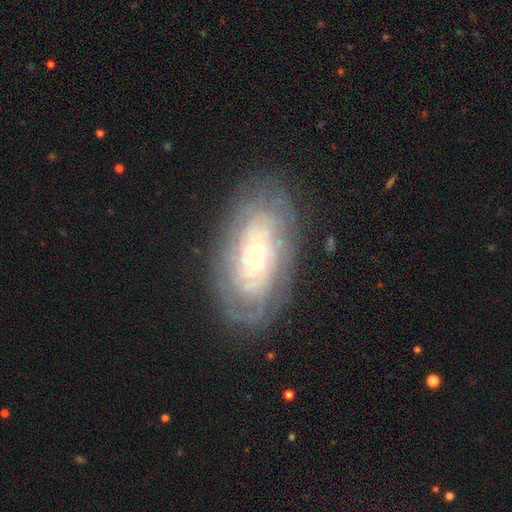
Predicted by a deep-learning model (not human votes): A featured or disk galaxy (76%) with no bar (80%), tight (80%) spiral arms (88%) and a small central bulge (75%).

Vote fractions:
- Smooth or featured? featured or disk: 76% / smooth: 16% / star or artifact: 7%
- Edge-on disk? no: 94% / yes: 6%
- Bar? no: 80% / weak: 15% / strong: 4%
- Spiral arms? yes: 88% / no: 12%
- Spiral winding? tight: 80% / medium: 15% / loose: 5%
- Spiral arm count? can't tell: 54% / more than 4: 12% / 4: 12% / 2: 9% / 3: 8% / 1: 5%
- Bulge size? small: 75% / moderate: 21% / large: 2% / dominant: 1% / none: 1%
- Merging? none: 80% / minor disturbance: 14% / major disturbance: 5% / merger: 1%